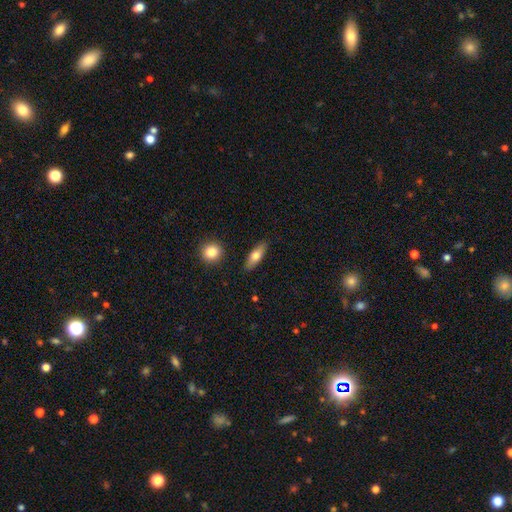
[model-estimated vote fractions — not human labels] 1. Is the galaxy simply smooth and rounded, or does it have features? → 69% smooth, 24% featured or disk, 6% star or artifact.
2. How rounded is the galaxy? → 61% in between, 35% cigar-shaped, 4% round.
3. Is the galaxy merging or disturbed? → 87% none, 9% minor disturbance, 2% merger, 2% major disturbance.